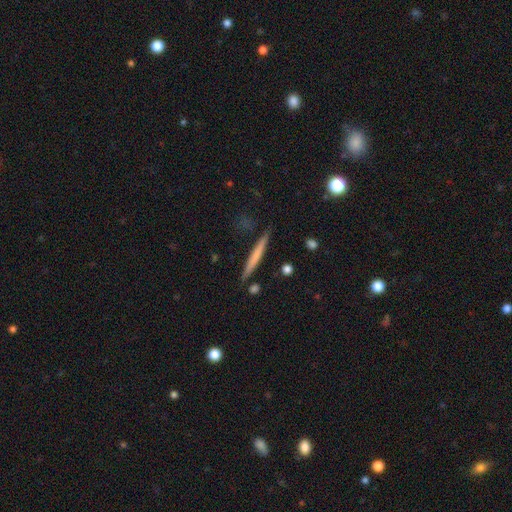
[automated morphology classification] Overall: smooth (58%; featured or disk 37%). How rounded: cigar-shaped (96%). Merging: none (86%).